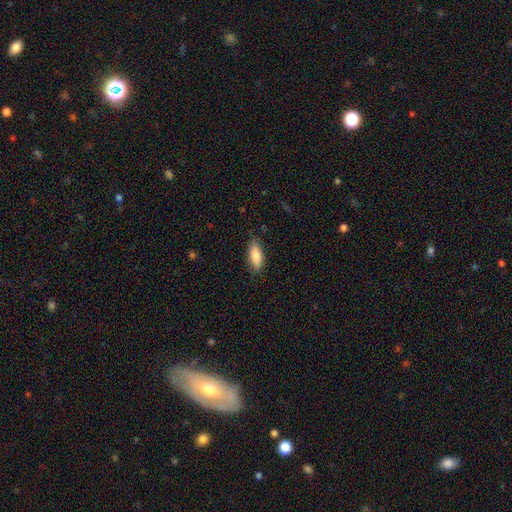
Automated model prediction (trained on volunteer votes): smooth 83%, featured or disk 10%, star or artifact 6%. Down the decision tree: how rounded — in between (77%); merging — none (84%).